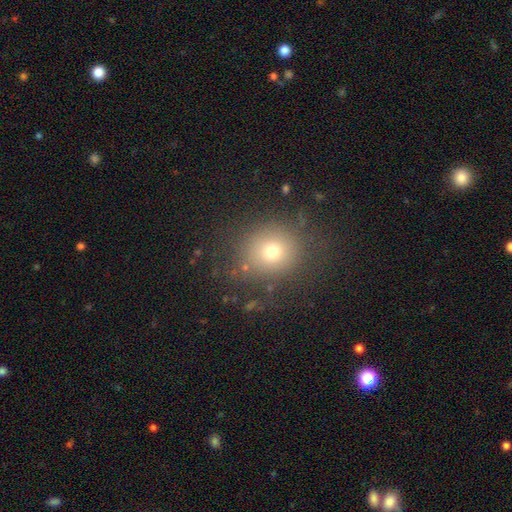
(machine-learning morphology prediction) Smooth or featured: smooth — 65% (star or artifact — 23%)
How rounded: round — 80% (in between — 19%)
Merging: none — 81% (minor disturbance — 11%)